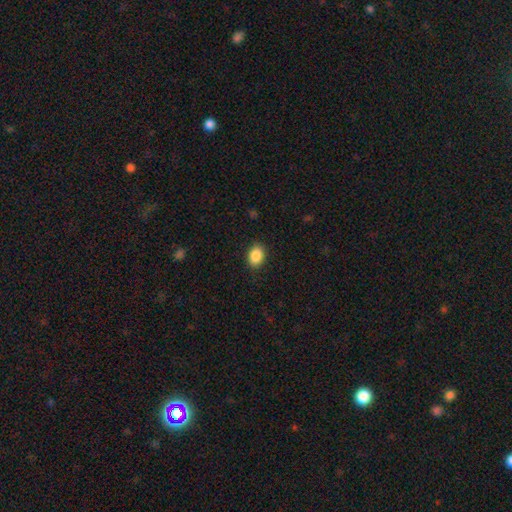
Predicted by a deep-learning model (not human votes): Overall: smooth (88%). How rounded: in between (77%). Merging: none (88%).